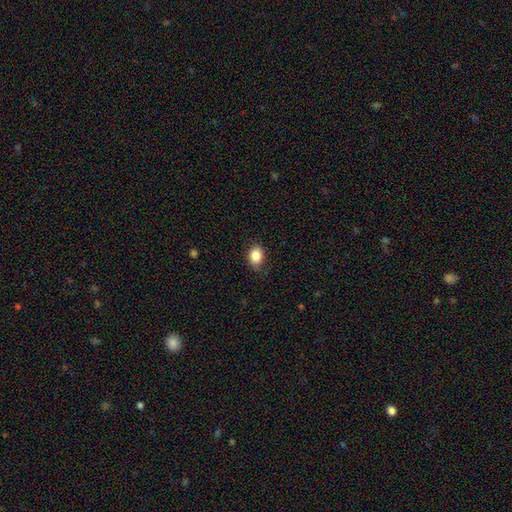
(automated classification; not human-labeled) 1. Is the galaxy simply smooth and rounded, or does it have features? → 86% smooth, 9% star or artifact, 5% featured or disk.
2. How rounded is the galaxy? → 64% in between, 35% round, 1% cigar-shaped.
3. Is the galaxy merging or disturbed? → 80% none, 15% minor disturbance, 3% major disturbance, 1% merger.